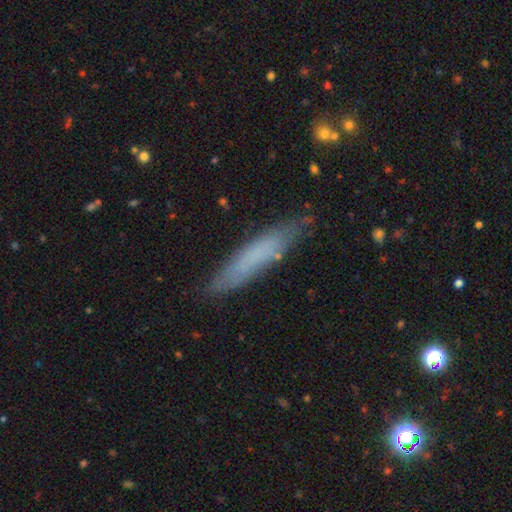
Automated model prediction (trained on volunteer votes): A smooth galaxy with no disk features (62%) that is cigar-shaped (88%).

Vote fractions:
- Smooth or featured? smooth: 62% / featured or disk: 30% / star or artifact: 8%
- How rounded? cigar-shaped: 88% / in between: 10% / round: 1%
- Merging? none: 81% / minor disturbance: 15% / major disturbance: 3% / merger: 2%